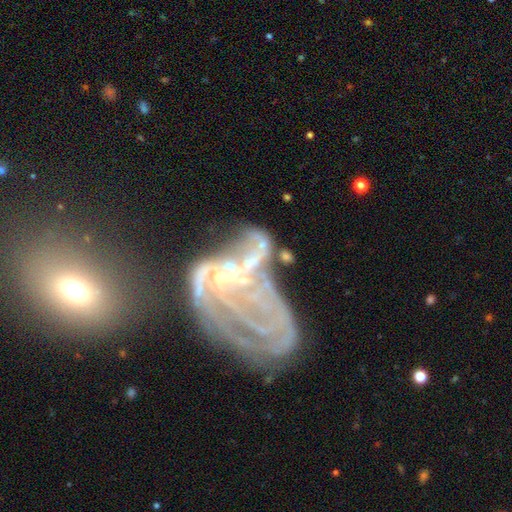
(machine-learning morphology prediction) type=featured or disk (75%); edge-on=no (97%); bar=no (67%); spiral arms=yes (61%); bulge=none (41%); merging=merger (41%).